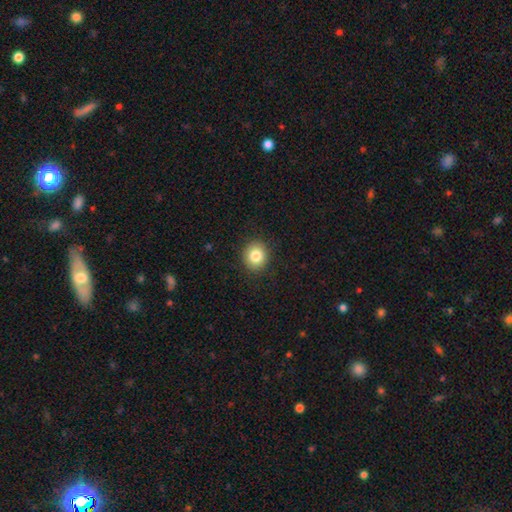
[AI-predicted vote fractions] Smooth or featured? smooth (83%)
How rounded? round (80%)
Merging? none (90%)